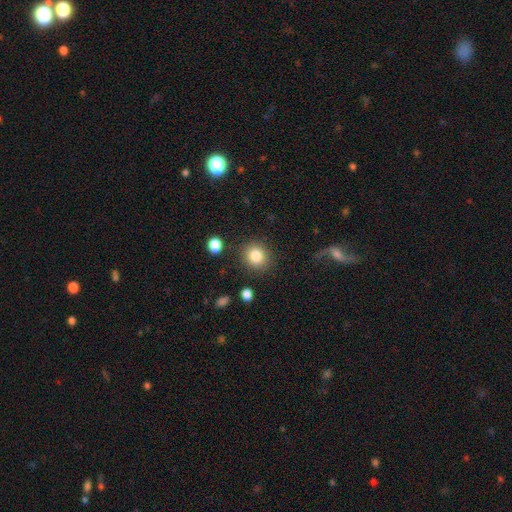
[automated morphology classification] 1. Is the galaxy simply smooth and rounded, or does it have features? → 84% smooth, 10% star or artifact, 6% featured or disk.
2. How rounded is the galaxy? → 86% round, 13% in between, 1% cigar-shaped.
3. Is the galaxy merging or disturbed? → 86% none, 8% minor disturbance, 3% major disturbance, 3% merger.